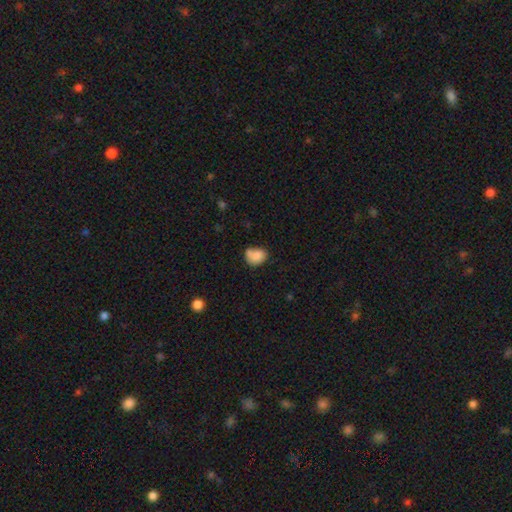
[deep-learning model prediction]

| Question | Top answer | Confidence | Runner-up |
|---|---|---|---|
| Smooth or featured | smooth | 80% | featured or disk (11%) |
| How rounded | in between | 57% | round (42%) |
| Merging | none | 41% | merger (32%) |